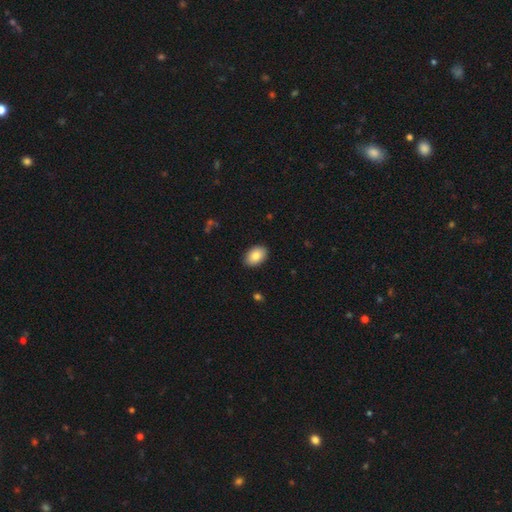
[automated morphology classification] Smooth or featured: smooth — 85% (featured or disk — 8%)
How rounded: in between — 90% (round — 9%)
Merging: none — 90% (minor disturbance — 8%)